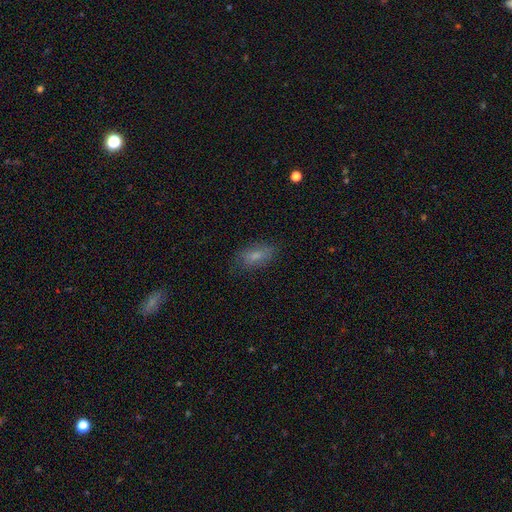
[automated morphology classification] The model was most divided on "smooth or featured": smooth: 71%, featured or disk: 18%, star or artifact: 10%. More confident: how rounded — in between (86%); merging — none (73%).